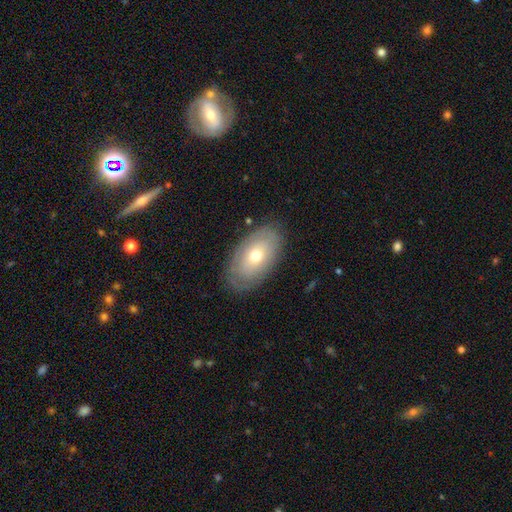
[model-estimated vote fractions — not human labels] Overall: smooth (56%; featured or disk 37%). How rounded: in between (92%). Merging: none (81%).